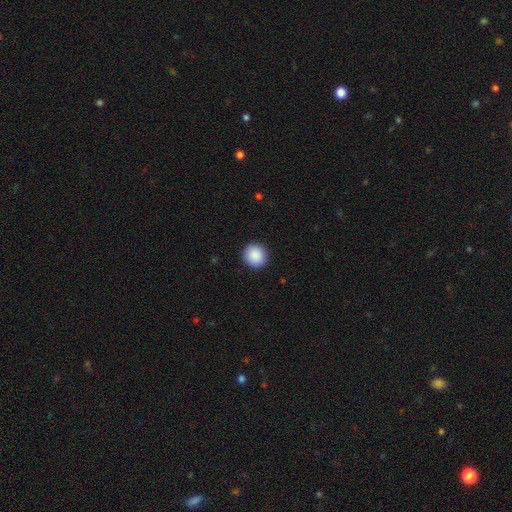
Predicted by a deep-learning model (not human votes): Morphology: type=smooth (90%); roundness=round (92%); merging=none (92%).